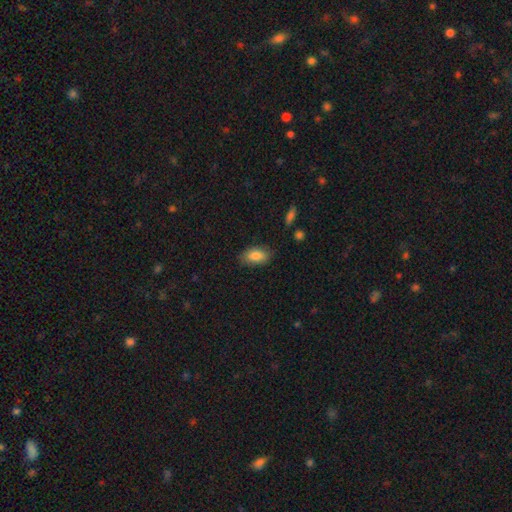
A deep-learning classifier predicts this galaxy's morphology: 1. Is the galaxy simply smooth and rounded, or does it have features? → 84% smooth, 9% featured or disk, 7% star or artifact.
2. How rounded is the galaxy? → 91% in between, 5% round, 4% cigar-shaped.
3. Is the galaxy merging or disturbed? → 80% none, 15% minor disturbance, 3% major disturbance, 1% merger.